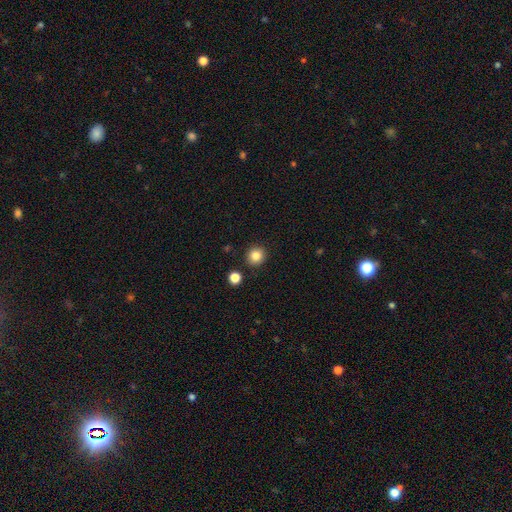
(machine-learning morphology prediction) smooth-or-featured: smooth: 85% | star or artifact: 11% | featured or disk: 5%
  how-rounded: round: 92% | in between: 7% | cigar-shaped: 1%
  merging: none: 90% | minor disturbance: 5% | merger: 3% | major disturbance: 2%